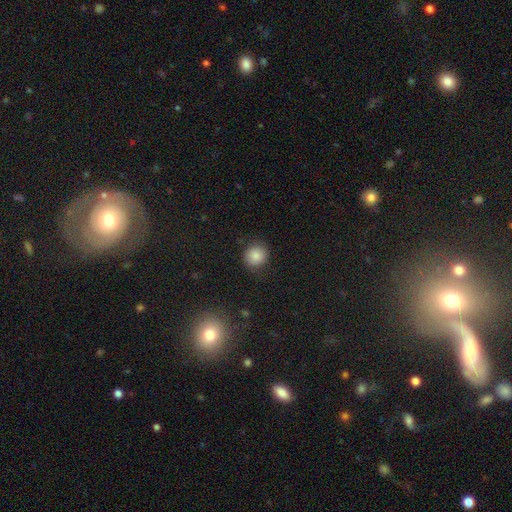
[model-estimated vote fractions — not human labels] smooth 85%, star or artifact 10%, featured or disk 5%. Down the decision tree: how rounded — round (86%); merging — none (87%).